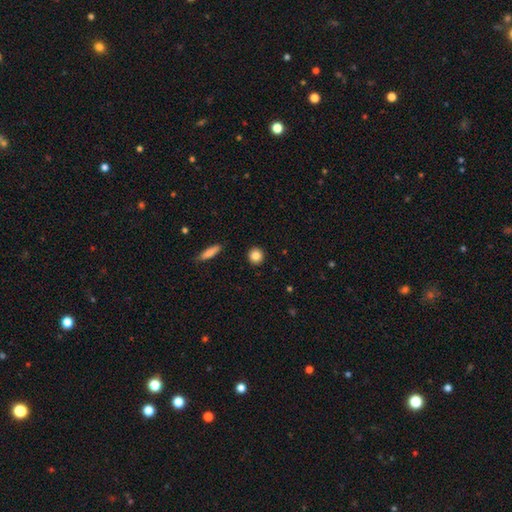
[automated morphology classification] Smooth or featured? Predicted: smooth (p=0.84). How rounded? Predicted: round (p=0.90). Merging? Predicted: none (p=0.92).